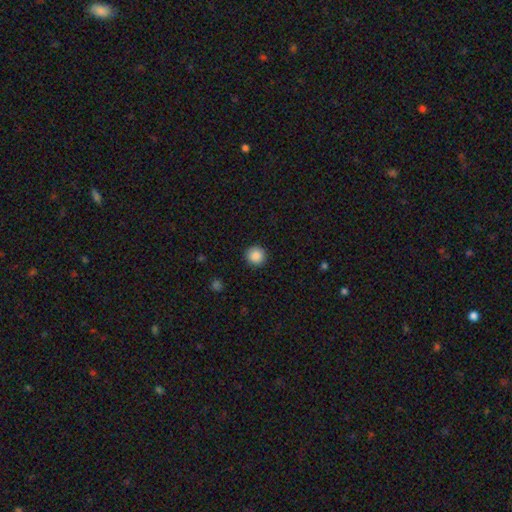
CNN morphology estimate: The model was most divided on "smooth or featured": smooth: 88%, star or artifact: 9%, featured or disk: 3%. More confident: how rounded — round (95%); merging — none (92%).